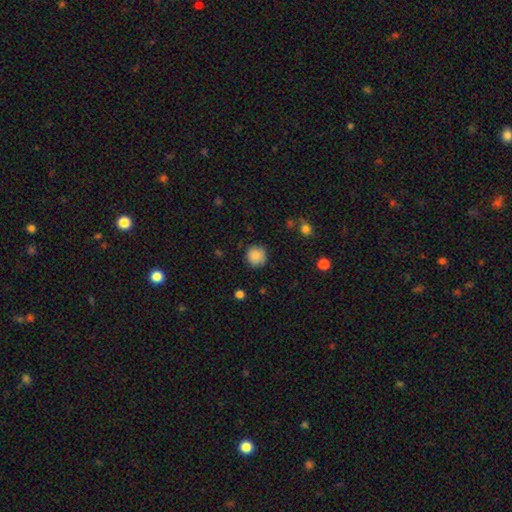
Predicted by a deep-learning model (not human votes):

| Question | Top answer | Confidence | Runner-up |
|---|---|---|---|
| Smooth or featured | smooth | 86% | star or artifact (8%) |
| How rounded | round | 93% | in between (6%) |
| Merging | none | 85% | minor disturbance (11%) |